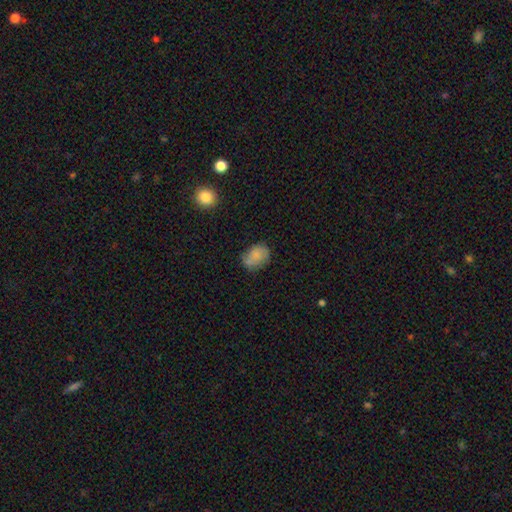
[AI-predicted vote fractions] Q: Smooth or featured?
A: smooth (71%); runner-up: featured or disk (20%)
Q: How rounded?
A: in between (69%); runner-up: round (29%)
Q: Merging?
A: none (62%); runner-up: minor disturbance (28%)